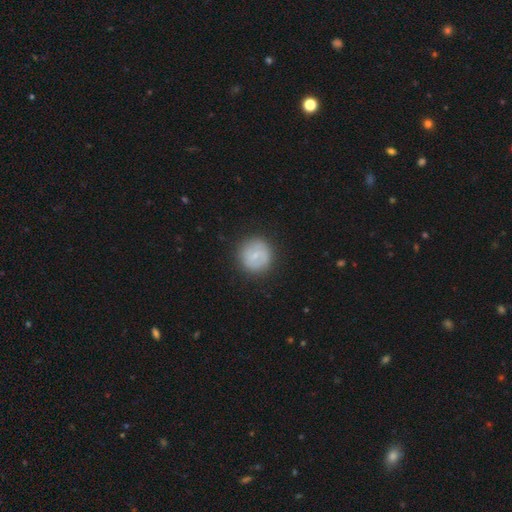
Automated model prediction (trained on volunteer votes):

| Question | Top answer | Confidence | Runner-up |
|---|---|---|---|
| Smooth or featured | smooth | 53% | featured or disk (39%) |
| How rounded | round | 93% | in between (6%) |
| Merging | none | 86% | minor disturbance (9%) |